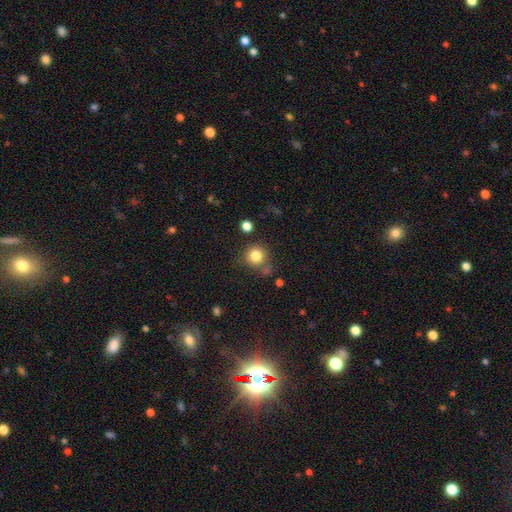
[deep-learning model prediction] A smooth galaxy with no disk features (83%) that is round (91%). Merging: none (72%).